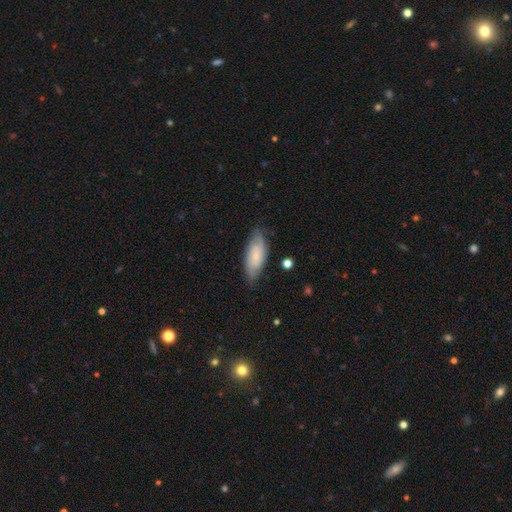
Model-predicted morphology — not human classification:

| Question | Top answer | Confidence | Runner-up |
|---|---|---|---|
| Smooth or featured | smooth | 63% | featured or disk (30%) |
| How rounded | in between | 77% | cigar-shaped (21%) |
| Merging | none | 74% | minor disturbance (20%) |